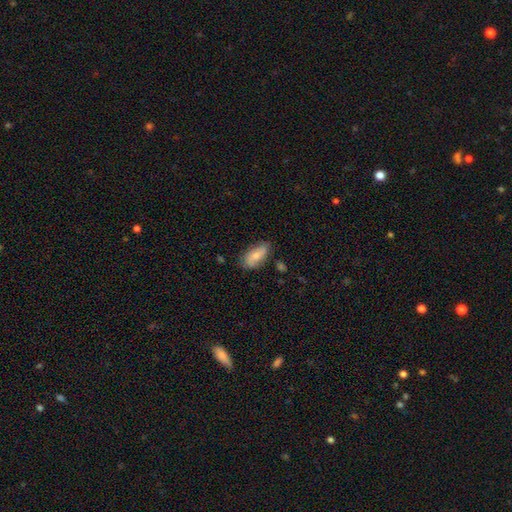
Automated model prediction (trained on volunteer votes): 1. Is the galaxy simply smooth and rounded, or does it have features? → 68% smooth, 25% featured or disk, 7% star or artifact.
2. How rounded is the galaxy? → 89% in between, 7% cigar-shaped, 4% round.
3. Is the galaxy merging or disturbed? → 70% none, 23% minor disturbance, 4% major disturbance, 3% merger.